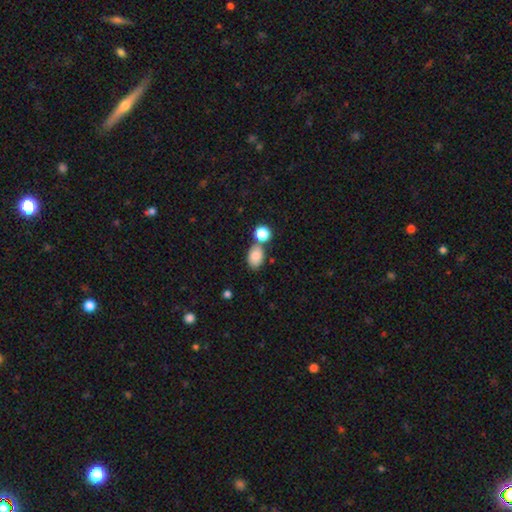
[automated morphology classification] smooth_or_featured: smooth (p=0.82) [alt: star or artifact p=0.10]
how_rounded: in between (p=0.80) [alt: round p=0.19]
merging: none (p=0.58) [alt: merger p=0.26]